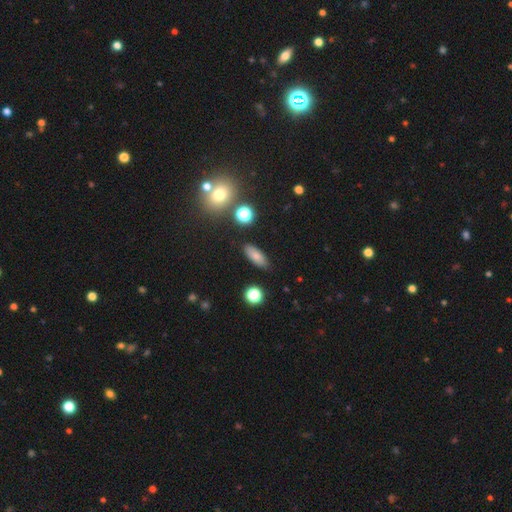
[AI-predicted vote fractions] A smooth galaxy with no disk features (77%) that is in between round and cigar-shaped (71%).

Vote fractions:
- Smooth or featured? smooth: 77% / featured or disk: 12% / star or artifact: 11%
- How rounded? in between: 71% / cigar-shaped: 24% / round: 5%
- Merging? none: 86% / minor disturbance: 9% / major disturbance: 3% / merger: 2%